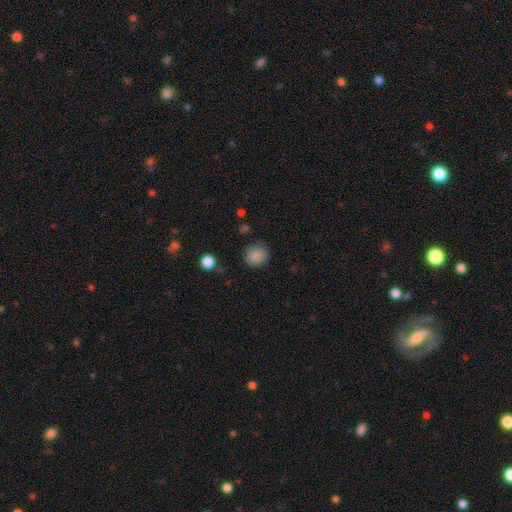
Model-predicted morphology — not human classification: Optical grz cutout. It shows a smooth galaxy with no disk features (86%) that is round (86%). Merging: none (84%).